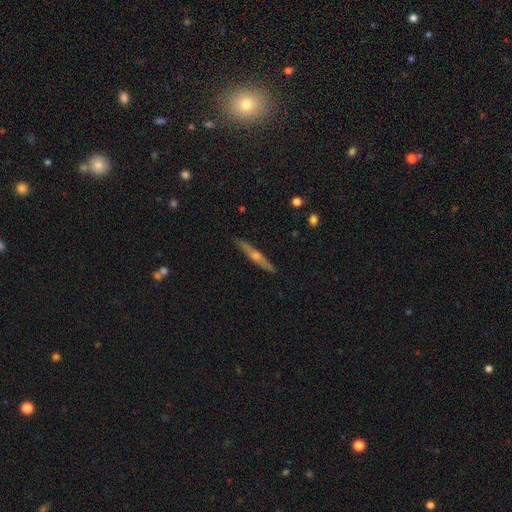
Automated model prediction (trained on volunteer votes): Smooth or featured? Predicted: featured or disk (p=0.69). Edge-on disk? Predicted: yes (p=0.97). Edge-on bulge? Predicted: rounded (p=0.87). Merging? Predicted: none (p=0.91).